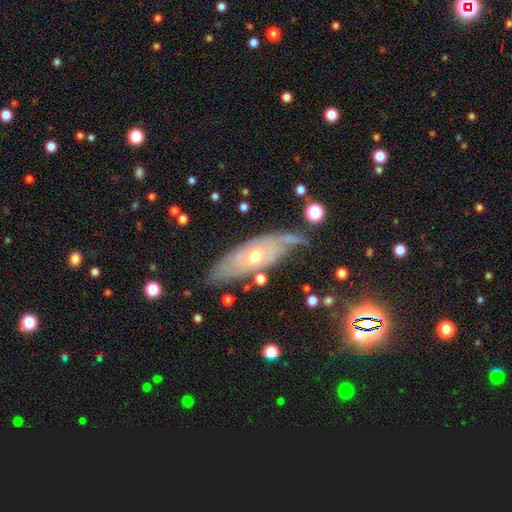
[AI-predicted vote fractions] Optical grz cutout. It shows a featured or disk galaxy (73%) with no bar (79%), spiral arms (74%) and a moderate central bulge (68%). Merging: none (63%).